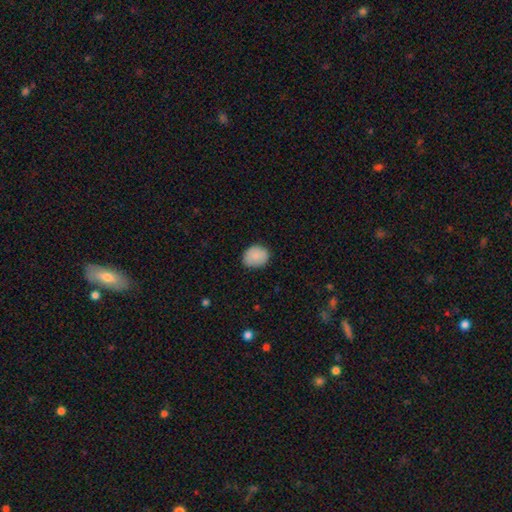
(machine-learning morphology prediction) This appears to be a smooth galaxy with no disk features (87%) that is round (58%). Merging: none (83%).